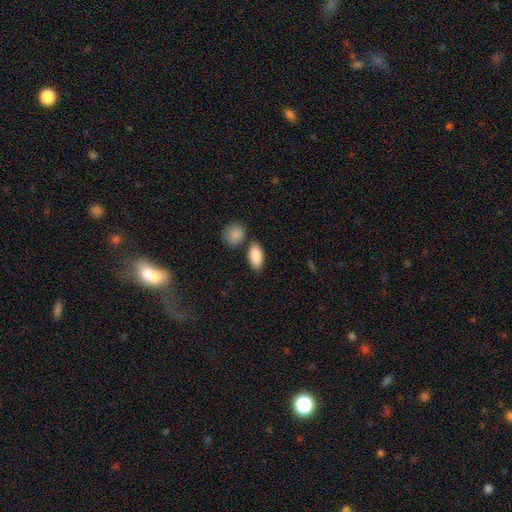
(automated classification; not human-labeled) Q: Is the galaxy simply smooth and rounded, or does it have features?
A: smooth — 88%.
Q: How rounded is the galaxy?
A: in between — 90%.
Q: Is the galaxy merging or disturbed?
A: none — 77%.